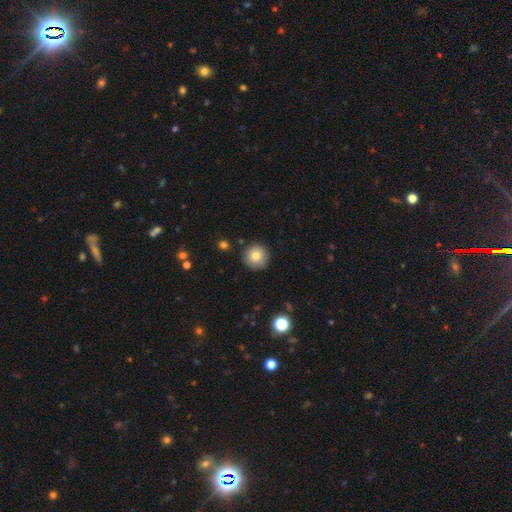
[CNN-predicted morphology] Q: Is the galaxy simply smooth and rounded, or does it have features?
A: smooth — 82%.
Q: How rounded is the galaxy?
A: round — 96%.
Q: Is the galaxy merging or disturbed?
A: none — 89%.